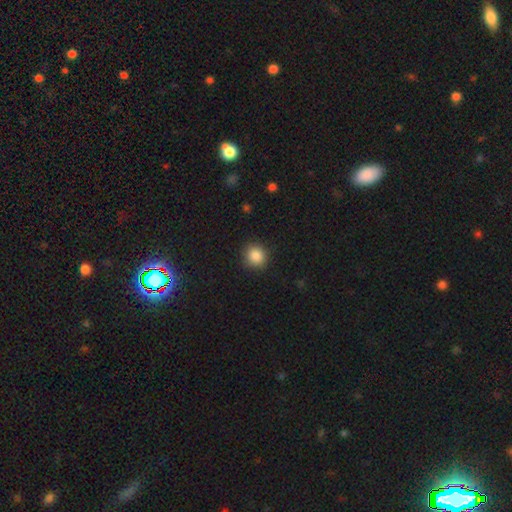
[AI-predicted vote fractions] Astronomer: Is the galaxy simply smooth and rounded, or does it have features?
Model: smooth — 87%.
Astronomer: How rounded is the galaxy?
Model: round — 85%.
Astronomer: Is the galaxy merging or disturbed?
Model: none — 89%.